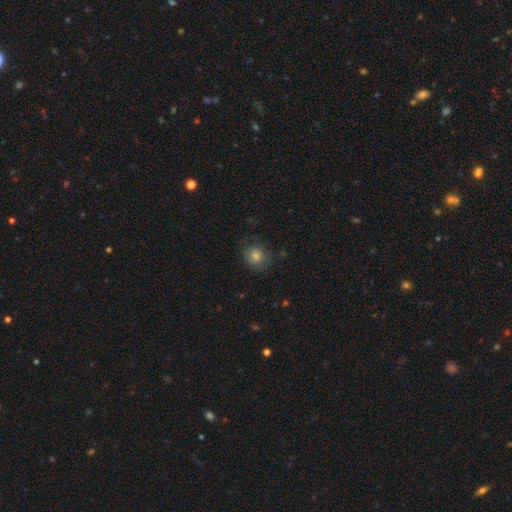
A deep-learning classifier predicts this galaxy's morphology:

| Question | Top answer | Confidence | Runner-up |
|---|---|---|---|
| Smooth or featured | smooth | 67% | featured or disk (17%) |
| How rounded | round | 82% | in between (17%) |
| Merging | none | 74% | minor disturbance (17%) |